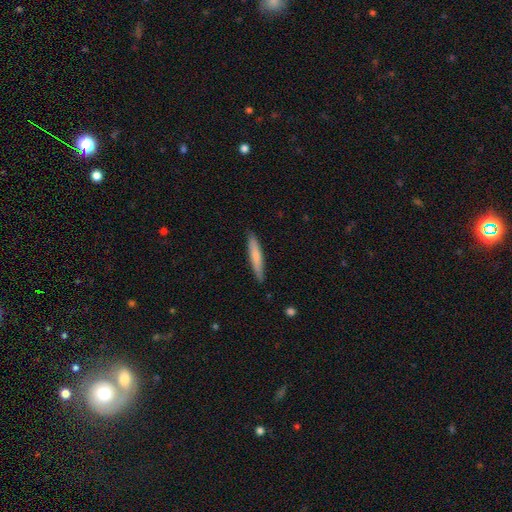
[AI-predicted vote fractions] Smooth or featured? smooth (68%)
How rounded? cigar-shaped (93%)
Merging? none (89%)